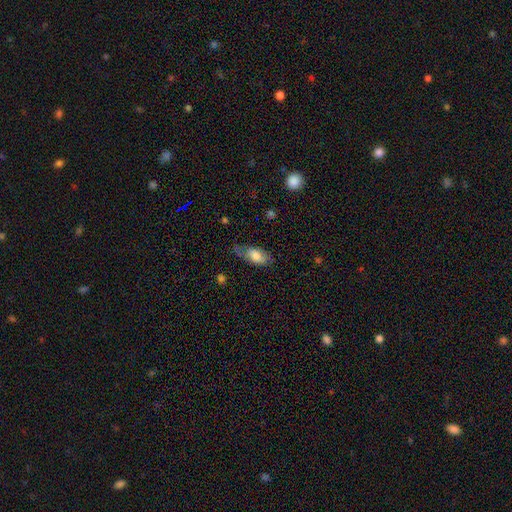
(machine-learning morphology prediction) Smooth or featured?
  - smooth: 70% *
  - featured or disk: 22%
  - star or artifact: 7%
How rounded?
  - in between: 87% *
  - cigar-shaped: 10%
  - round: 3%
Merging?
  - none: 48% *
  - minor disturbance: 34%
  - major disturbance: 17%
  - merger: 2%